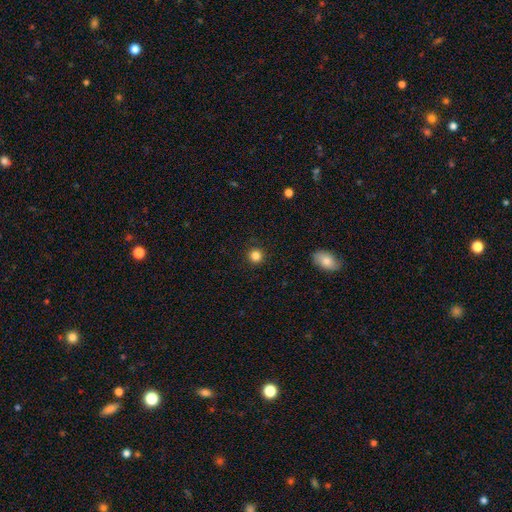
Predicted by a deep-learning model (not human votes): Overall: smooth (84%). How rounded: round (95%). Merging: none (92%).